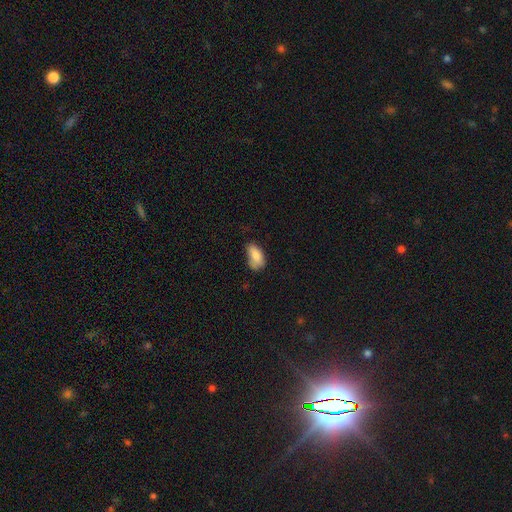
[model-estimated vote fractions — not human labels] smooth_or_featured: smooth (p=0.82) [alt: featured or disk p=0.10]
how_rounded: in between (p=0.92) [alt: cigar-shaped p=0.04]
merging: none (p=0.47) [alt: minor disturbance p=0.36]